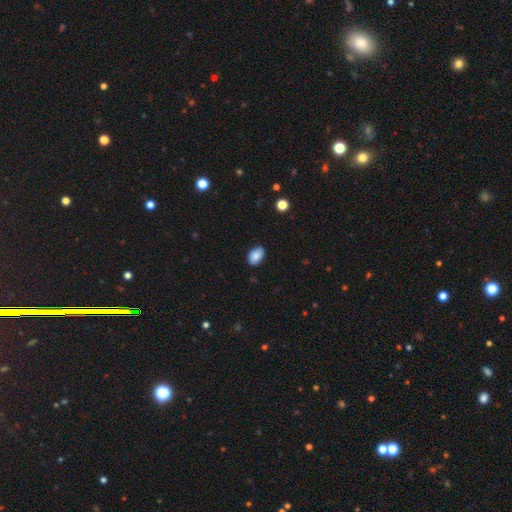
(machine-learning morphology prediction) A smooth galaxy with no disk features (87%) that is in between round and cigar-shaped (88%). Merging: none (85%).